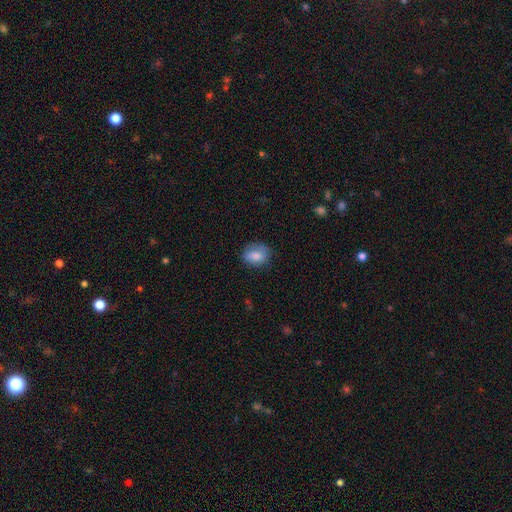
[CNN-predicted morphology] This is clearly a smooth galaxy (81%). How rounded: likely in between (63%). Merging: likely none (69%).